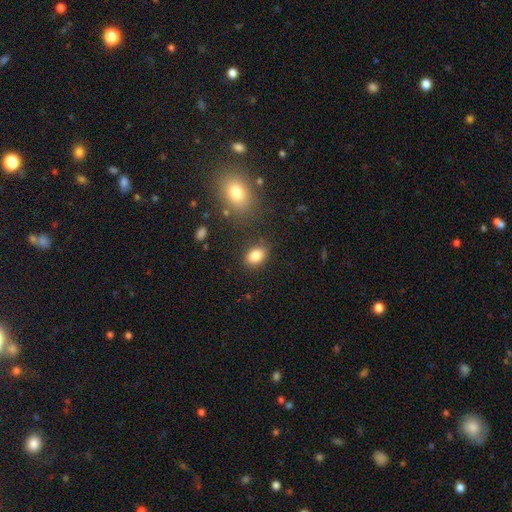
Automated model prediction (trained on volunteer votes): smooth_or_featured: smooth (p=0.84) [alt: star or artifact p=0.09]
how_rounded: in between (p=0.79) [alt: round p=0.19]
merging: none (p=0.80) [alt: minor disturbance p=0.13]